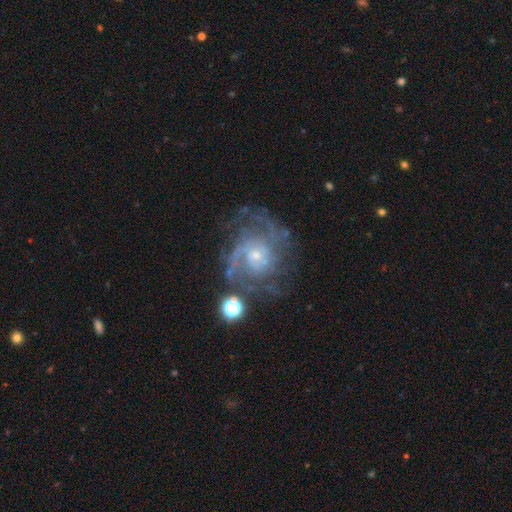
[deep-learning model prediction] Smooth or featured? featured or disk (86%)
Edge-on disk? no (98%)
Bar? no (70%)
Spiral arms? yes (95%)
Spiral winding? tight (45%)
Spiral arm count? can't tell (27%)
Bulge size? small (71%)
Merging? none (63%)